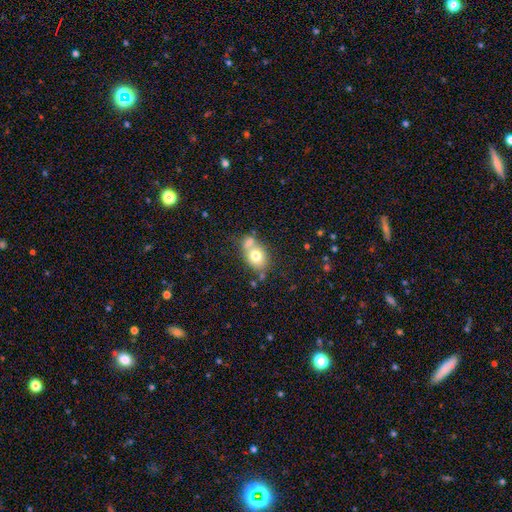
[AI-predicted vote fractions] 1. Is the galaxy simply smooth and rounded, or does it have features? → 71% smooth, 20% featured or disk, 9% star or artifact.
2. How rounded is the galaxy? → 62% in between, 36% round, 1% cigar-shaped.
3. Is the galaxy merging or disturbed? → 43% none, 39% merger, 14% minor disturbance, 5% major disturbance.